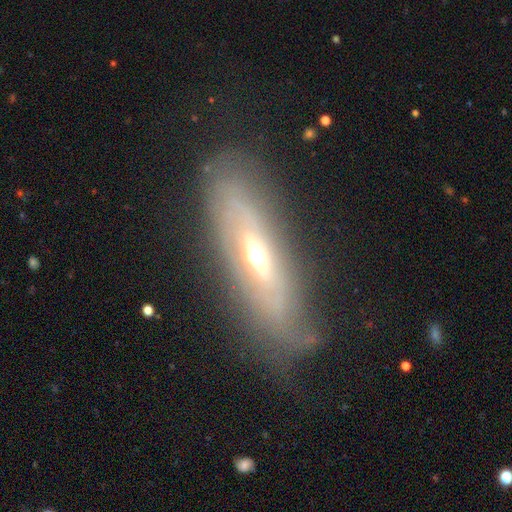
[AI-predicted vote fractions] A featured or disk galaxy (70%).

Vote fractions:
- Smooth or featured? featured or disk: 70% / smooth: 22% / star or artifact: 7%
- Edge-on disk? no: 62% / yes: 38%
- Merging? none: 66% / minor disturbance: 22% / major disturbance: 11% / merger: 2%